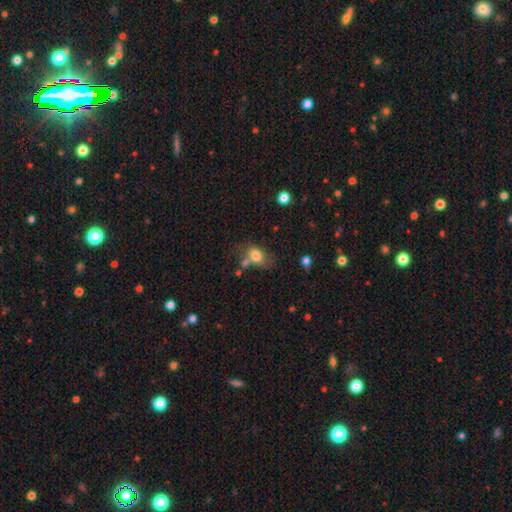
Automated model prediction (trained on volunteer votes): A smooth galaxy with no disk features (77%) that is in between round and cigar-shaped (81%). Merging: none (42%).